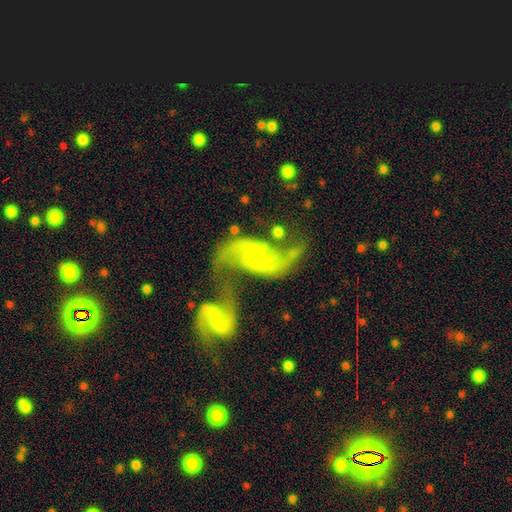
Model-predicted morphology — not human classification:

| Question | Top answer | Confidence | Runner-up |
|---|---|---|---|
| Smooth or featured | featured or disk | 86% | smooth (8%) |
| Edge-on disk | no | 97% | yes (3%) |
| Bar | no | 51% | weak (37%) |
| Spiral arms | yes | 95% | no (5%) |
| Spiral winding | loose | 69% | medium (25%) |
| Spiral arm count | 2 | 92% | can't tell (3%) |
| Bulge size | small | 55% | none (24%) |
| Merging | merger | 53% | none (25%) |